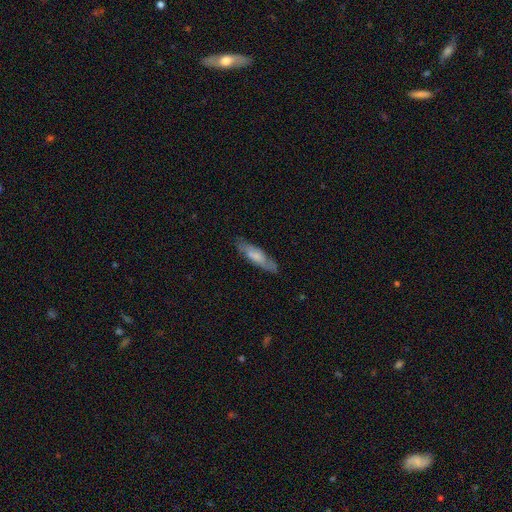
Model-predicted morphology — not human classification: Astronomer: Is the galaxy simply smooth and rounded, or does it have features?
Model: smooth — 58% (runner-up: featured or disk, 36%).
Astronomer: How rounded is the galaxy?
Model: cigar-shaped — 65%.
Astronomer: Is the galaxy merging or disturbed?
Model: none — 78%.